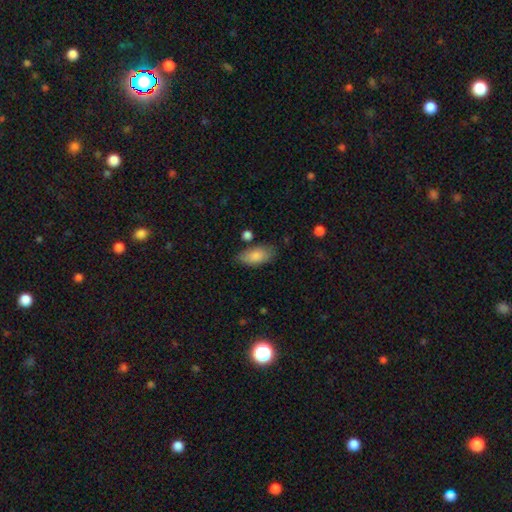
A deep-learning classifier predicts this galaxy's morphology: Smooth or featured? smooth (84%)
How rounded? in between (92%)
Merging? none (71%)